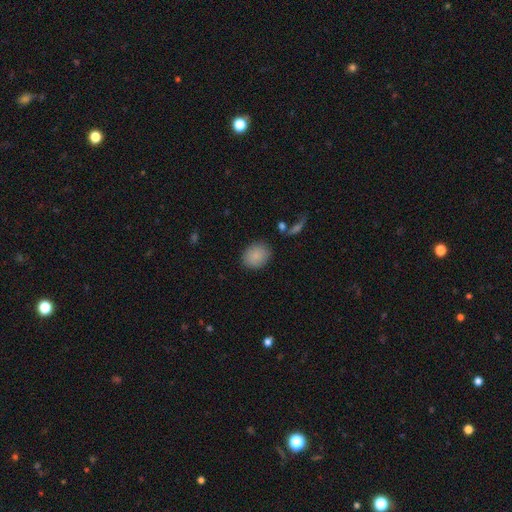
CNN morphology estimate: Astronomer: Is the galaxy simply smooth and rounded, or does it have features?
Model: smooth — 87%.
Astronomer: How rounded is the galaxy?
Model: round — 52% (runner-up: in between, 47%).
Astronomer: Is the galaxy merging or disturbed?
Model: none — 85%.